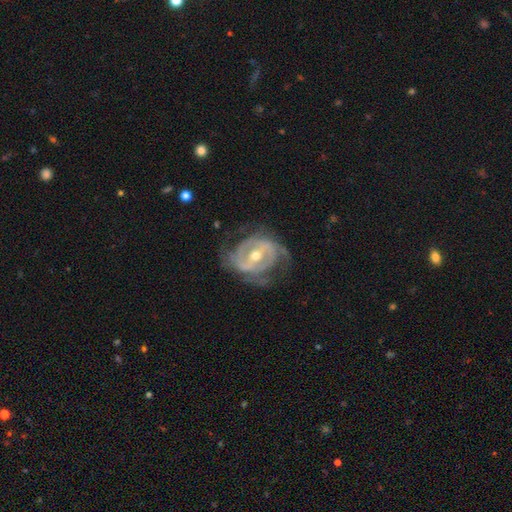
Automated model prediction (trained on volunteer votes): featured or disk 87%, smooth 8%, star or artifact 5%. Down the decision tree: edge-on disk — no (97%); bar — strong (44%); spiral arms — yes (87%); spiral arm count — 2 (46%); spiral winding — tight (45%); bulge size — moderate (66%); merging — none (62%).